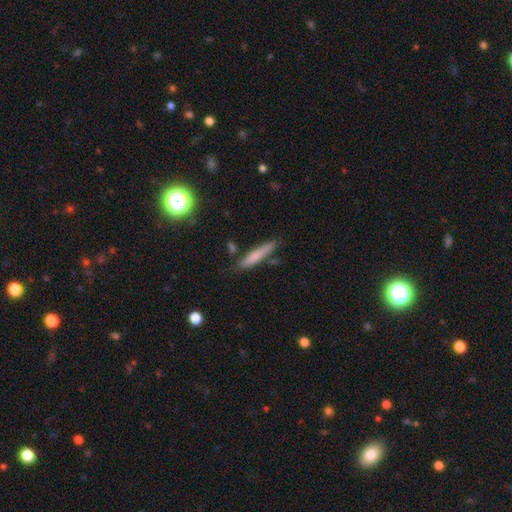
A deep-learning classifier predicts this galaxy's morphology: Overall: smooth (72%). How rounded: cigar-shaped (90%). Merging: none (77%).